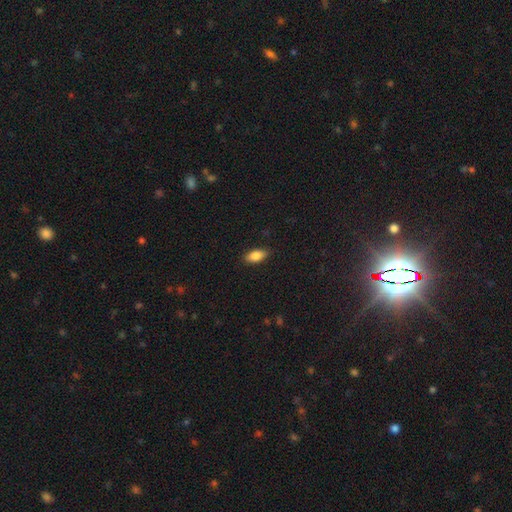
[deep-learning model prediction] This is clearly a smooth galaxy (84%). How rounded: clearly in between (88%). Merging: clearly none (87%).